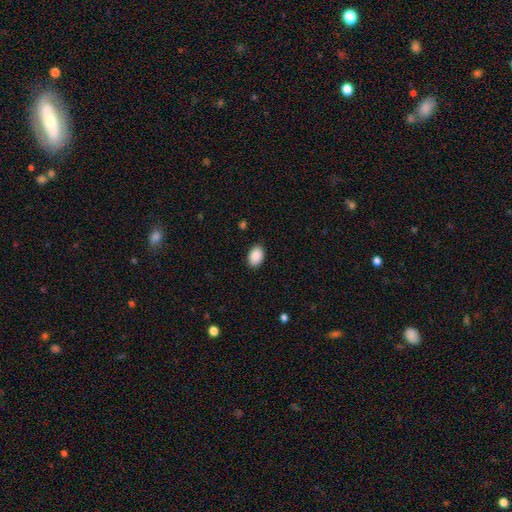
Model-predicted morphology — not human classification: smooth-or-featured: smooth: 91% | star or artifact: 7% | featured or disk: 2%
  how-rounded: in between: 88% | round: 11% | cigar-shaped: 1%
  merging: none: 88% | minor disturbance: 9% | major disturbance: 2% | merger: 1%